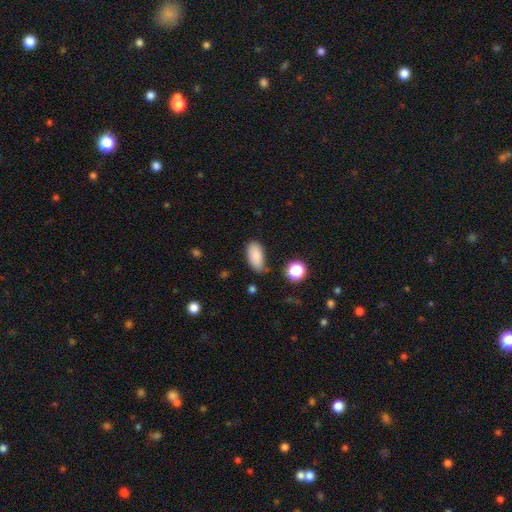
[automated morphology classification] This is clearly a smooth galaxy (86%). How rounded: clearly in between (91%). Merging: likely none (70%).